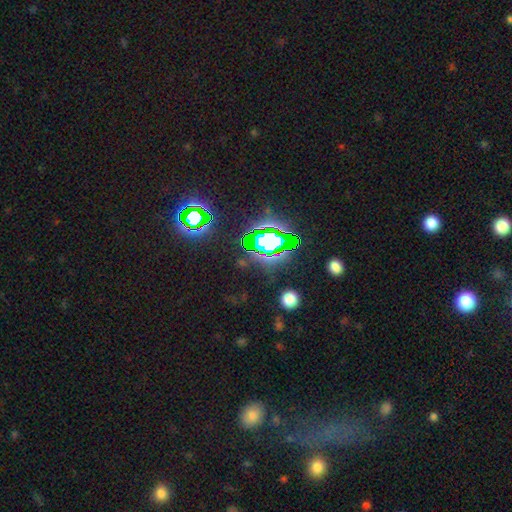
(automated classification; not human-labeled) star or artifact 78%, smooth 13%, featured or disk 8%.